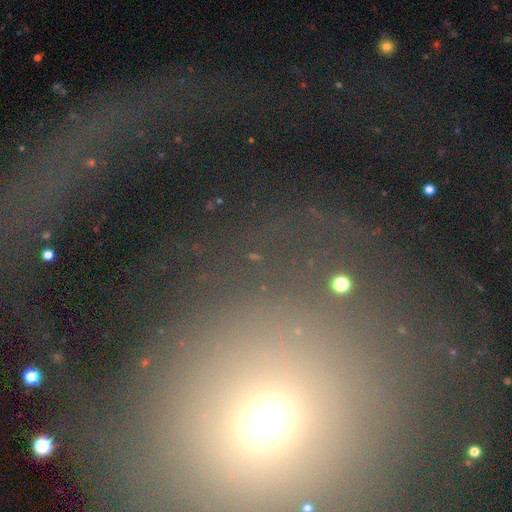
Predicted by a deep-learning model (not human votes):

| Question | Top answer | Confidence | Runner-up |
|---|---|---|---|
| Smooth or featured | star or artifact | 67% | smooth (20%) |